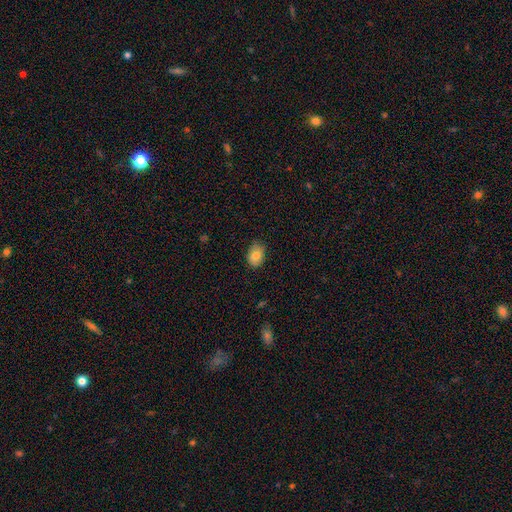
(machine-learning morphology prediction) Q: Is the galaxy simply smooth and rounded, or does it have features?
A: smooth — 82%.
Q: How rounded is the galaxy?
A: in between — 77%.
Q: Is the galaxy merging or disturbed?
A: none — 78%.